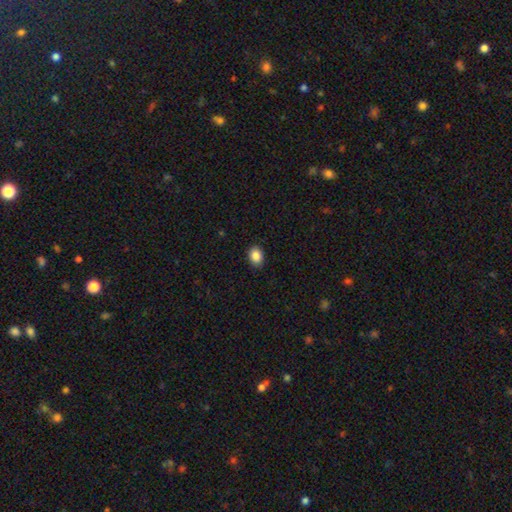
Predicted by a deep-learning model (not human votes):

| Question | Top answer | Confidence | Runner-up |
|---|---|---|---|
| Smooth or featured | smooth | 87% | star or artifact (9%) |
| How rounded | in between | 63% | round (36%) |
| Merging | none | 89% | minor disturbance (8%) |